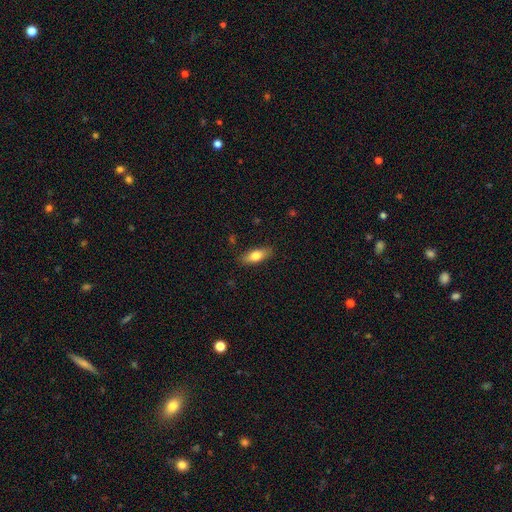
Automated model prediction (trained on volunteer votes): smooth_or_featured: smooth (p=0.75) [alt: featured or disk p=0.19]
how_rounded: in between (p=0.70) [alt: cigar-shaped p=0.27]
merging: none (p=0.86) [alt: minor disturbance p=0.10]